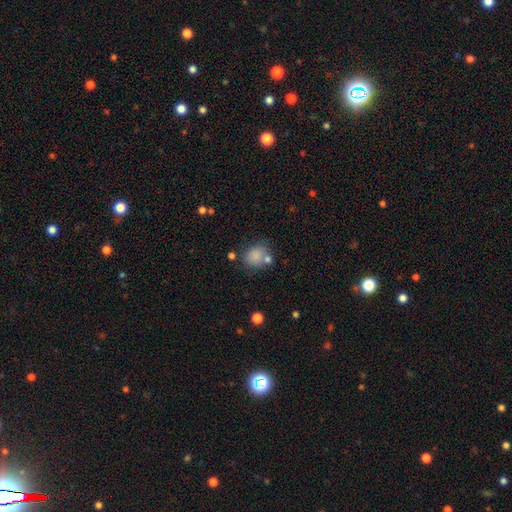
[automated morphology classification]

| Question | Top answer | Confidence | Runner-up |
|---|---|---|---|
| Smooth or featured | smooth | 81% | star or artifact (11%) |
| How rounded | round | 61% | in between (38%) |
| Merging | none | 60% | minor disturbance (18%) |